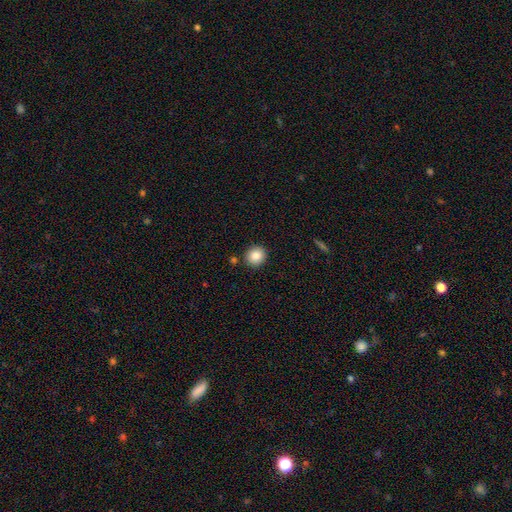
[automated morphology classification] Overall: smooth (85%). How rounded: round (86%). Merging: none (88%).